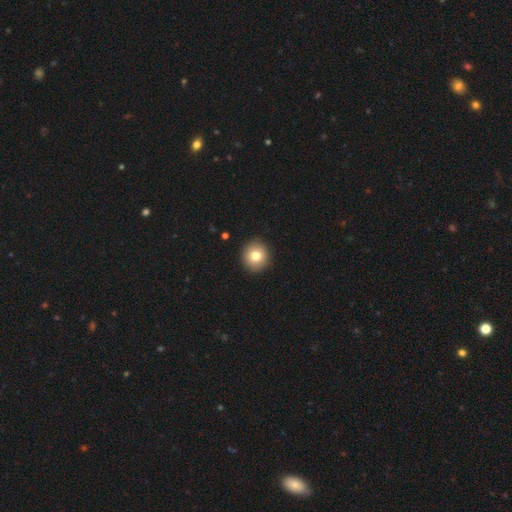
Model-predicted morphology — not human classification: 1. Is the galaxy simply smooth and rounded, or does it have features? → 79% smooth, 11% featured or disk, 10% star or artifact.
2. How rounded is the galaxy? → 92% round, 7% in between, 1% cigar-shaped.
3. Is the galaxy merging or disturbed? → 92% none, 5% minor disturbance, 2% major disturbance, 1% merger.